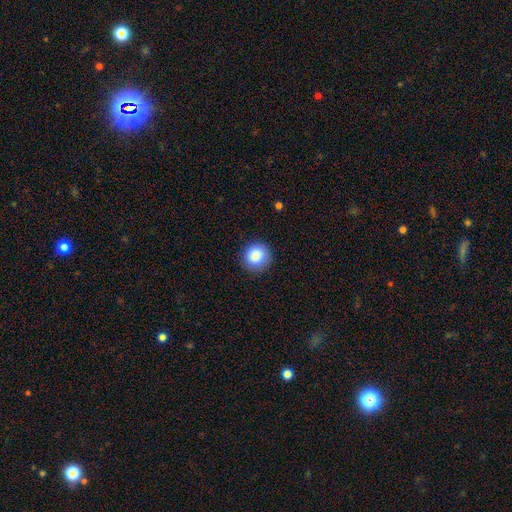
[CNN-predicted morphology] A smooth galaxy with no disk features (86%) that is round (91%). Merging: none (89%).